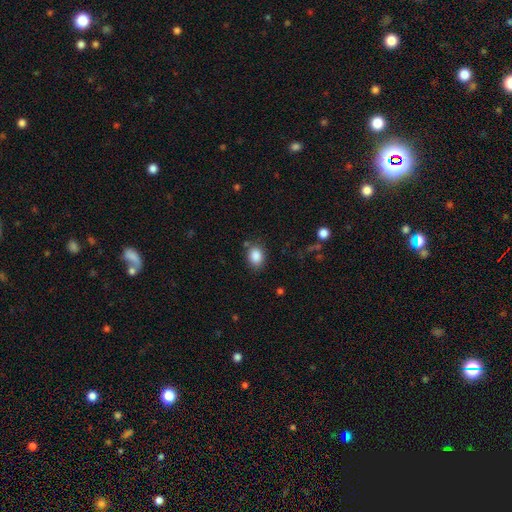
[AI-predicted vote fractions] Smooth or featured: smooth — 87% (star or artifact — 9%)
How rounded: in between — 59% (round — 40%)
Merging: none — 80% (minor disturbance — 13%)